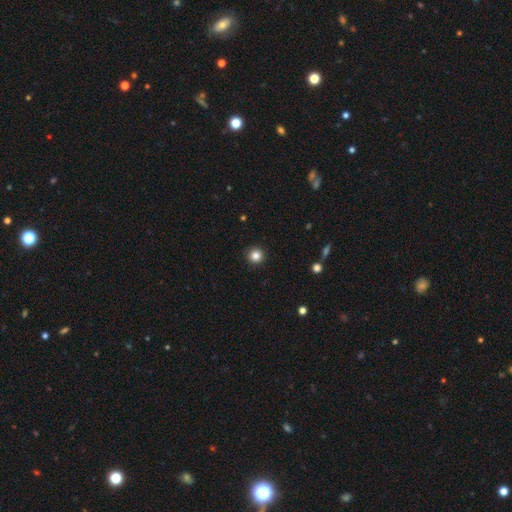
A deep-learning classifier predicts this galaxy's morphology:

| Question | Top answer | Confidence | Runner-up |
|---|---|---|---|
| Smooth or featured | smooth | 84% | star or artifact (12%) |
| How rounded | round | 95% | in between (4%) |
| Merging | none | 93% | minor disturbance (5%) |